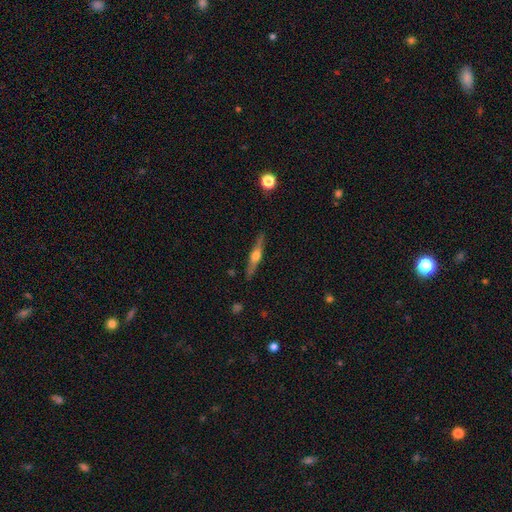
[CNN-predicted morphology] Smooth or featured: featured or disk — 68% (smooth — 26%)
Edge-on disk: yes — 97% (no — 3%)
Edge-on bulge: rounded — 93% (boxy — 4%)
Merging: none — 89% (minor disturbance — 8%)